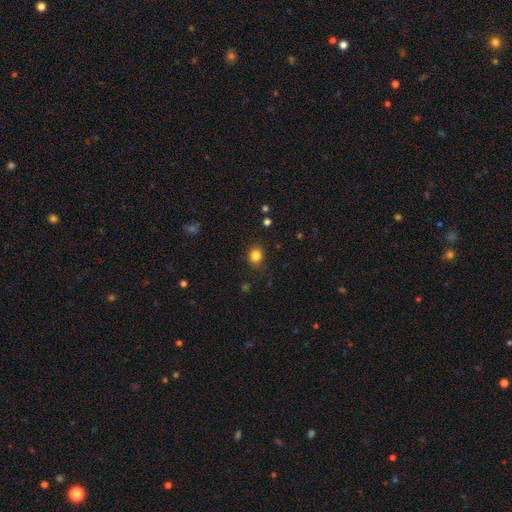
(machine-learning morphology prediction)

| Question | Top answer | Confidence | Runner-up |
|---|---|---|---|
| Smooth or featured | smooth | 83% | star or artifact (12%) |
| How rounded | round | 73% | in between (26%) |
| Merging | none | 84% | minor disturbance (11%) |